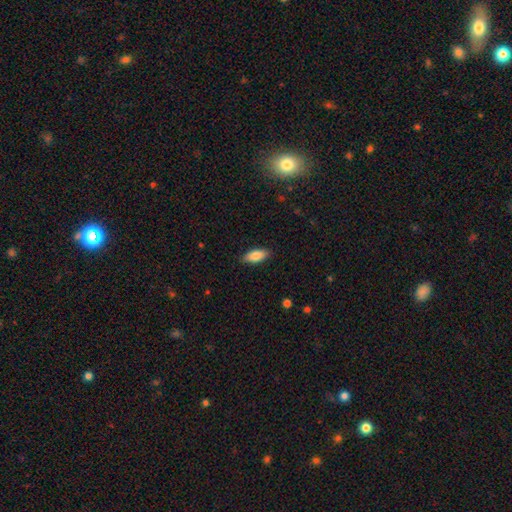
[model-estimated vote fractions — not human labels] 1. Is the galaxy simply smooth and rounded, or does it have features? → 84% smooth, 9% featured or disk, 7% star or artifact.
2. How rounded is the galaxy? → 85% in between, 12% cigar-shaped, 2% round.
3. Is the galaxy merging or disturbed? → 88% none, 9% minor disturbance, 2% major disturbance, 1% merger.